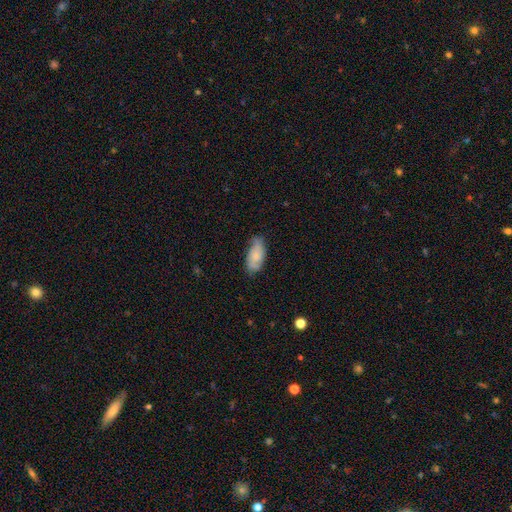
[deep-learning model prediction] Smooth or featured? Predicted: smooth (p=0.68). How rounded? Predicted: in between (p=0.89). Merging? Predicted: none (p=0.64).